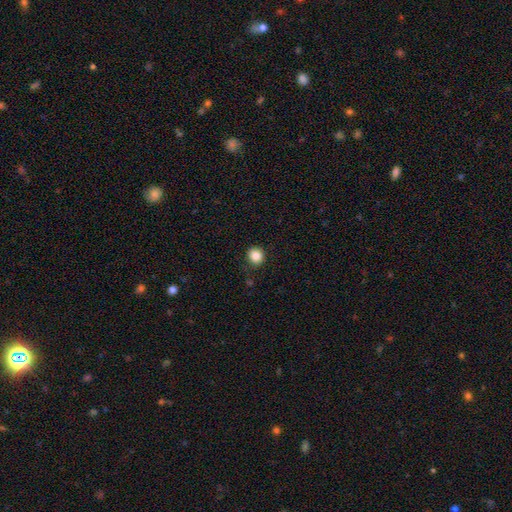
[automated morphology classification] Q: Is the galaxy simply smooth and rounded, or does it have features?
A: smooth — 86%.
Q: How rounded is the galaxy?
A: round — 87%.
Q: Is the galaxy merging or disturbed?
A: none — 88%.